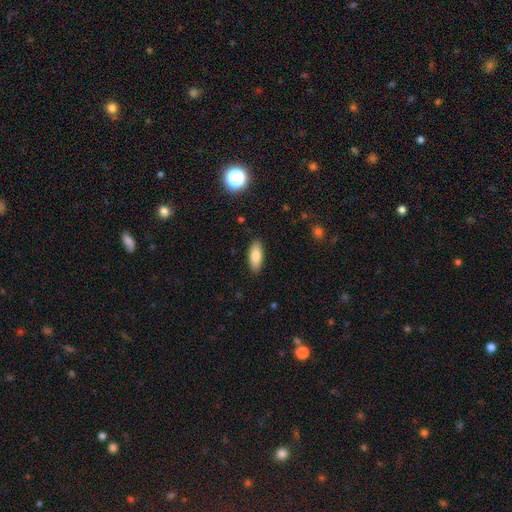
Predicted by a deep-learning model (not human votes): This is clearly a smooth galaxy (81%). How rounded: likely in between (76%). Merging: clearly none (88%).